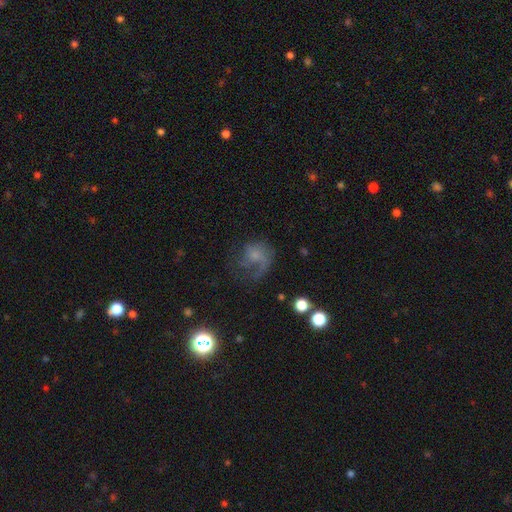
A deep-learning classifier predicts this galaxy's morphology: This appears to be a featured or disk galaxy (49%). Merging: major disturbance (44%).